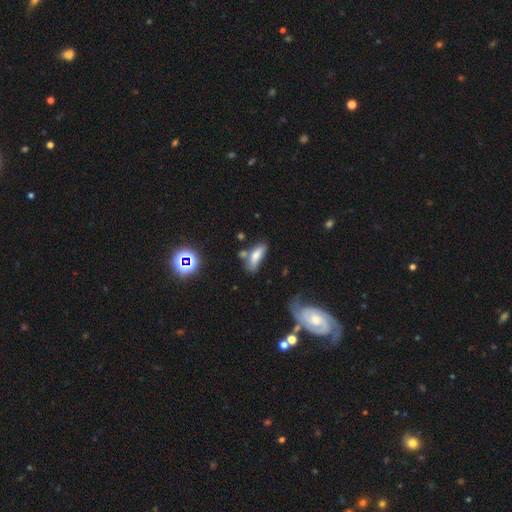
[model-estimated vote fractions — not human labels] Q: Smooth or featured?
A: smooth (76%); runner-up: featured or disk (14%)
Q: How rounded?
A: in between (70%); runner-up: cigar-shaped (27%)
Q: Merging?
A: none (47%); runner-up: minor disturbance (25%)